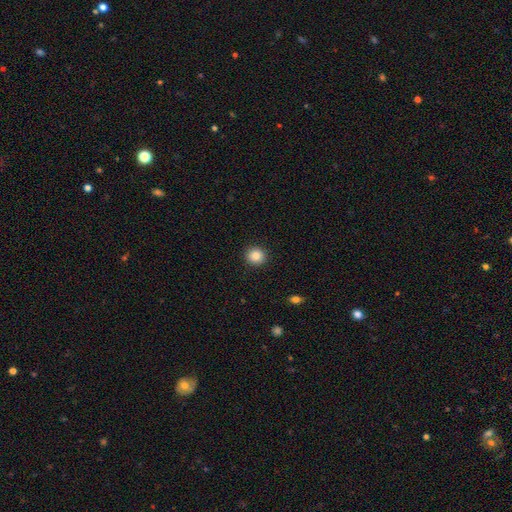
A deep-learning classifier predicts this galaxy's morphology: Smooth or featured: smooth — 86% (star or artifact — 10%)
How rounded: round — 91% (in between — 8%)
Merging: none — 92% (minor disturbance — 5%)